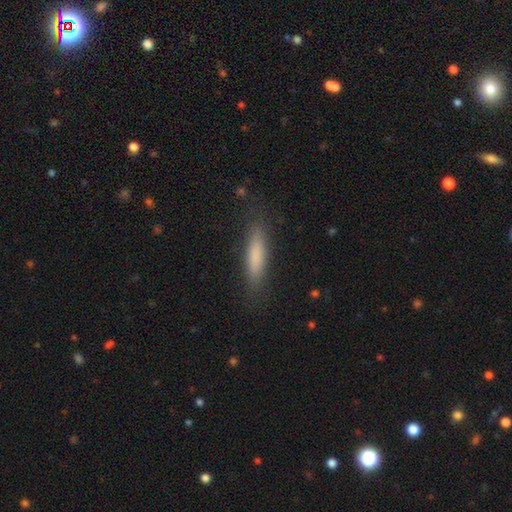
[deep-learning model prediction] Smooth or featured? smooth (79%)
How rounded? cigar-shaped (78%)
Merging? none (85%)